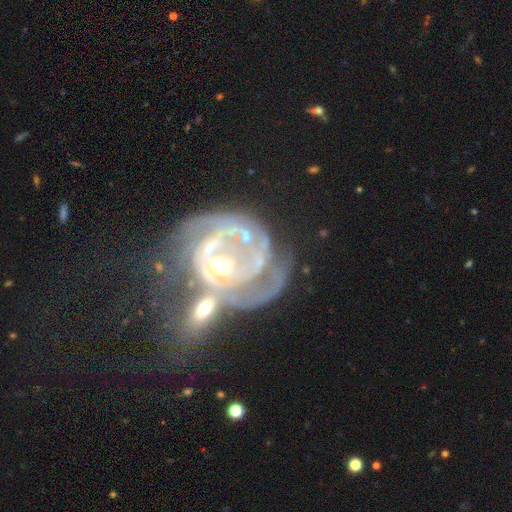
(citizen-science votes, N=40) A featured or disk galaxy (82%) with no bar (87%), 2 (56%) medium (40%) spiral arms (81%) and no central bulge (45%).

Vote fractions:
- Smooth or featured? featured or disk: 82% / smooth: 10% / star or artifact: 8%
- Edge-on disk? no: 94% / yes: 6%
- Bar? no: 87% / weak: 13% / strong: 0%
- Spiral arms? yes: 81% / no: 19%
- Spiral winding? medium: 40% / loose: 32% / tight: 28%
- Spiral arm count? 2: 56% / can't tell: 40% / 3: 4% / 1: 0% / 4: 0% / more than 4: 0%
- Bulge size? none: 45% / moderate: 32% / small: 13% / large: 6% / dominant: 3%
- Merging? major disturbance: 41% / merger: 32% / none: 16% / minor disturbance: 11%